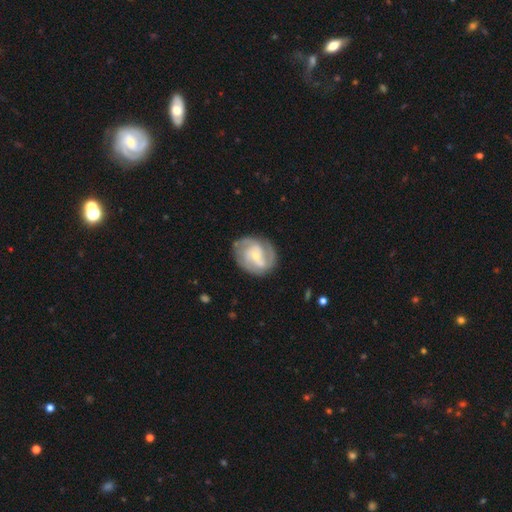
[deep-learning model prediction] A featured or disk galaxy (80%) with no bar (43%), 2 (47%) tight (44%) spiral arms (93%) and a small central bulge (57%).

Vote fractions:
- Smooth or featured? featured or disk: 80% / smooth: 15% / star or artifact: 5%
- Edge-on disk? no: 98% / yes: 2%
- Bar? no: 43% / weak: 42% / strong: 14%
- Spiral arms? yes: 93% / no: 7%
- Spiral winding? tight: 44% / medium: 43% / loose: 13%
- Spiral arm count? 2: 47% / 3: 24% / can't tell: 18% / 4: 4% / 1: 4% / more than 4: 3%
- Bulge size? small: 57% / moderate: 37% / large: 3% / none: 2% / dominant: 1%
- Merging? none: 73% / minor disturbance: 18% / major disturbance: 8% / merger: 2%